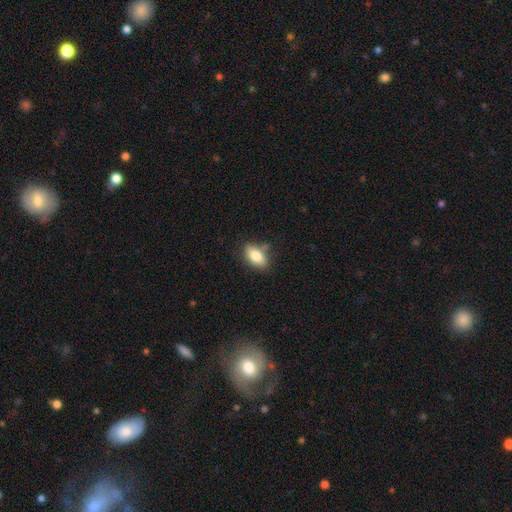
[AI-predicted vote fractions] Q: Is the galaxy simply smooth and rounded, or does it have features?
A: smooth — 80%.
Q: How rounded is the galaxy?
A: in between — 88%.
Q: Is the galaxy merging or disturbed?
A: none — 71%.